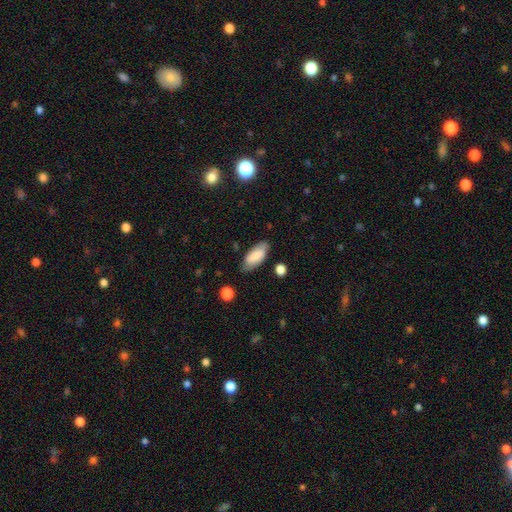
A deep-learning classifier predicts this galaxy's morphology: Smooth or featured: smooth — 73% (featured or disk — 20%)
How rounded: in between — 85% (cigar-shaped — 13%)
Merging: none — 77% (minor disturbance — 17%)